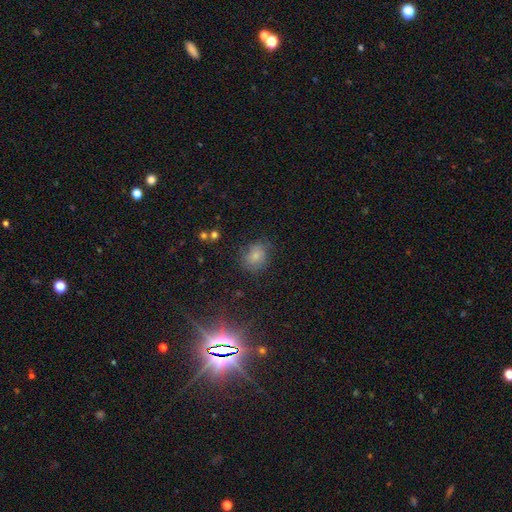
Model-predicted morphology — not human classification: A smooth galaxy with no disk features (75%) that is round (63%). Merging: none (73%).